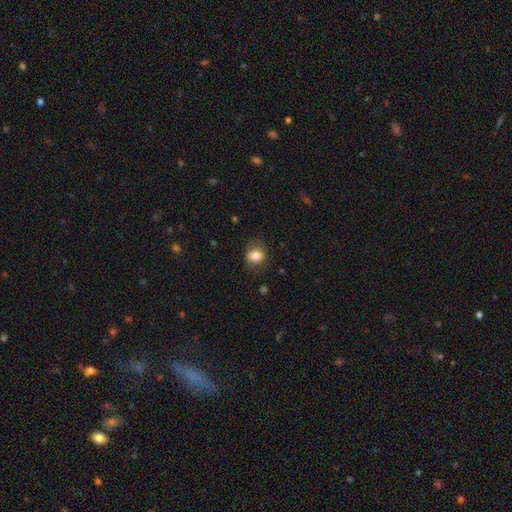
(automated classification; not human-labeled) smooth-or-featured: smooth: 79% | featured or disk: 12% | star or artifact: 10%
  how-rounded: round: 72% | in between: 27% | cigar-shaped: 1%
  merging: none: 75% | minor disturbance: 18% | major disturbance: 6% | merger: 1%